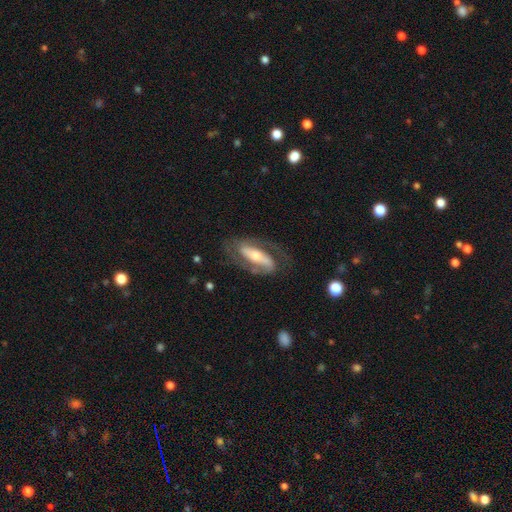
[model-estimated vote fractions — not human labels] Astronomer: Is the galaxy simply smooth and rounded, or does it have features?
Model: featured or disk — 78%.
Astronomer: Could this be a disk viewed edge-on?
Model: no — 86%.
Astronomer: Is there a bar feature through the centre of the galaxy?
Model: strong — 57%.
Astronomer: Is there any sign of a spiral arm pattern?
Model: yes — 85%.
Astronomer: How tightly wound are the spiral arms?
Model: medium — 44% (runner-up: tight, 32%).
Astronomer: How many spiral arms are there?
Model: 2 — 82%.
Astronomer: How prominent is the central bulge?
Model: moderate — 54% (runner-up: small, 36%).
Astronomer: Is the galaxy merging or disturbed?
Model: none — 69%.